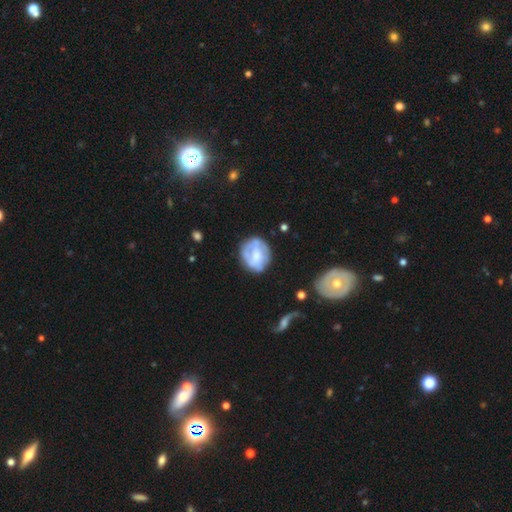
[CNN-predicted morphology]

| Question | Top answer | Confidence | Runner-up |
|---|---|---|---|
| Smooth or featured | featured or disk | 50% | smooth (42%) |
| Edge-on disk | no | 97% | yes (3%) |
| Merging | none | 65% | minor disturbance (22%) |